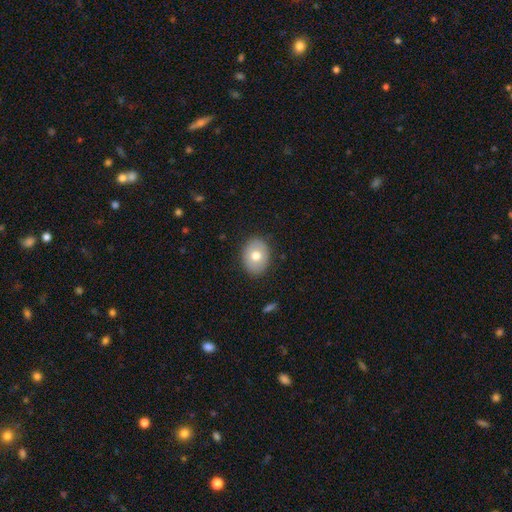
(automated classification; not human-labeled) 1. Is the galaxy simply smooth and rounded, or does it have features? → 69% smooth, 24% featured or disk, 7% star or artifact.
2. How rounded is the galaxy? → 64% in between, 35% round, 1% cigar-shaped.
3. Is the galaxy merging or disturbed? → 86% none, 10% minor disturbance, 3% major disturbance, 1% merger.